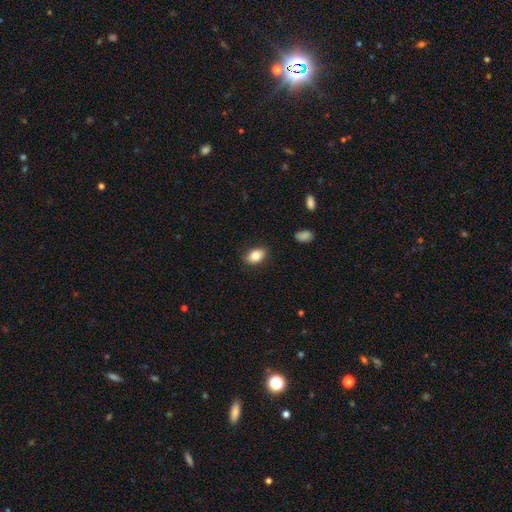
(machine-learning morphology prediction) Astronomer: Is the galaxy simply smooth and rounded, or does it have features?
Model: smooth — 82%.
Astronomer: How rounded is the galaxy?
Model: in between — 87%.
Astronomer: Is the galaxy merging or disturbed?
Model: none — 85%.